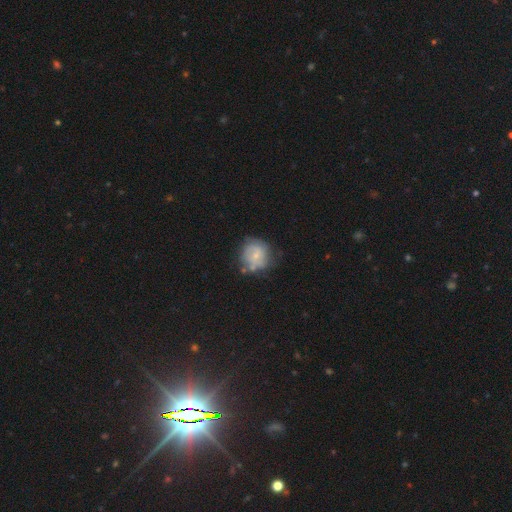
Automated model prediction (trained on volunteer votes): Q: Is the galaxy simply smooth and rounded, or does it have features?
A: smooth — 46%, tied with featured or disk.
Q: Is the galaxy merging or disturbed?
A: none — 59%.